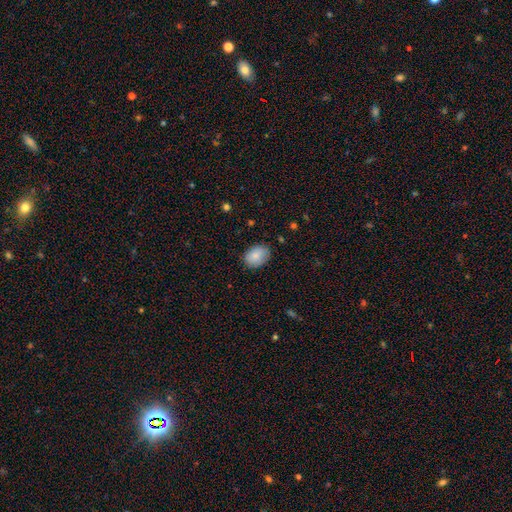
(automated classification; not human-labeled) Smooth or featured? Predicted: smooth (p=0.86). How rounded? Predicted: in between (p=0.78). Merging? Predicted: none (p=0.82).